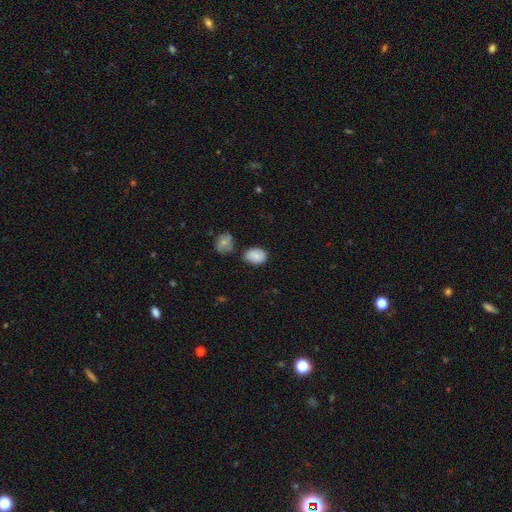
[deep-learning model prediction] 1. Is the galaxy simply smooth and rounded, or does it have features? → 81% smooth, 11% featured or disk, 8% star or artifact.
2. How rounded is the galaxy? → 77% in between, 22% round, 1% cigar-shaped.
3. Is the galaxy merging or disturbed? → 68% none, 20% minor disturbance, 8% merger, 4% major disturbance.